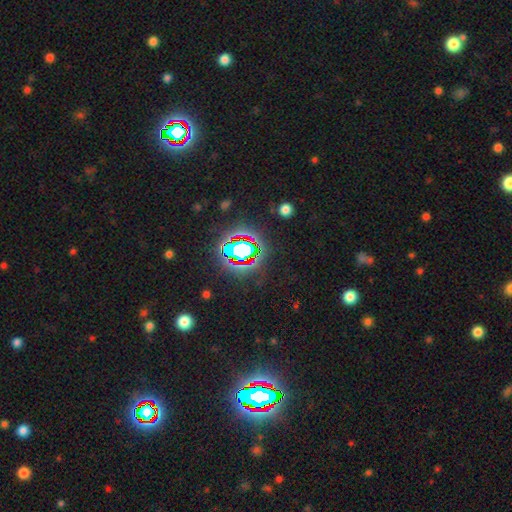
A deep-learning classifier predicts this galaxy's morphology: This is clearly a star or artifact rather than a galaxy (82%).